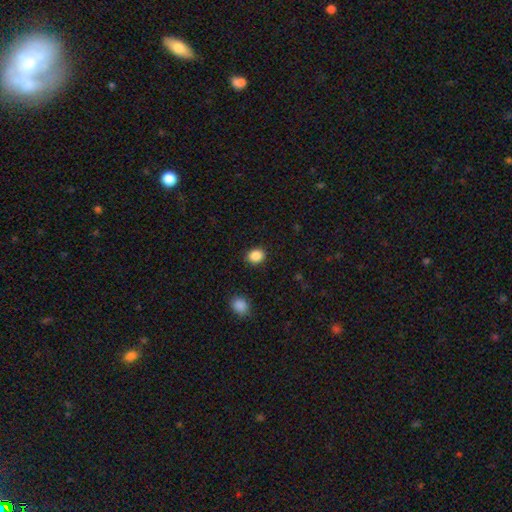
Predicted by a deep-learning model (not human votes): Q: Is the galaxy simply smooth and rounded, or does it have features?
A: smooth — 87%.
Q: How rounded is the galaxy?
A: round — 63%.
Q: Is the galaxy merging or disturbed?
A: none — 88%.